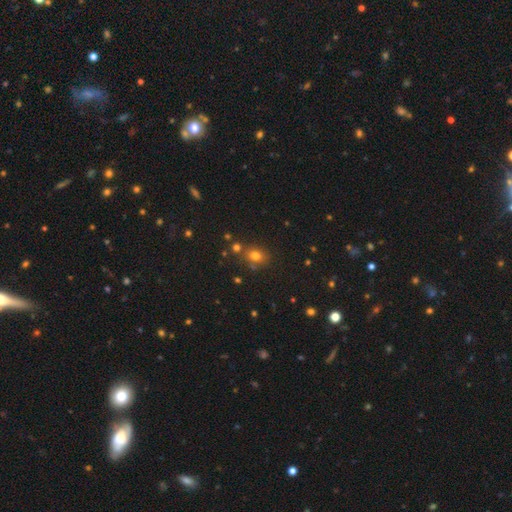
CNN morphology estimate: Smooth or featured: smooth — 73% (star or artifact — 19%)
How rounded: round — 55% (in between — 43%)
Merging: none — 72% (minor disturbance — 13%)